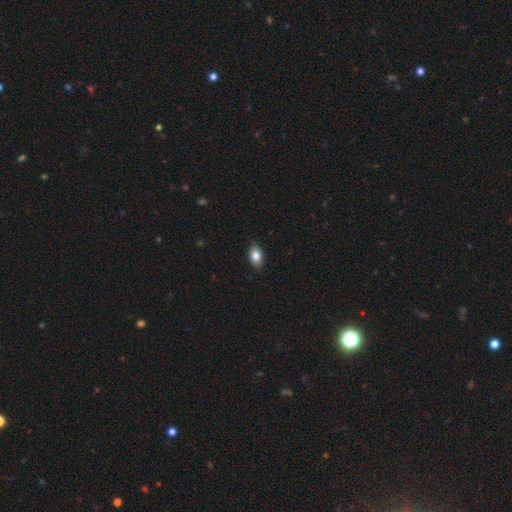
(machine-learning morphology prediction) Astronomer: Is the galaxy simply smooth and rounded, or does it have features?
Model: smooth — 83%.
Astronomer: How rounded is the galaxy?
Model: in between — 90%.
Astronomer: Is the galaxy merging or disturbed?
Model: none — 88%.